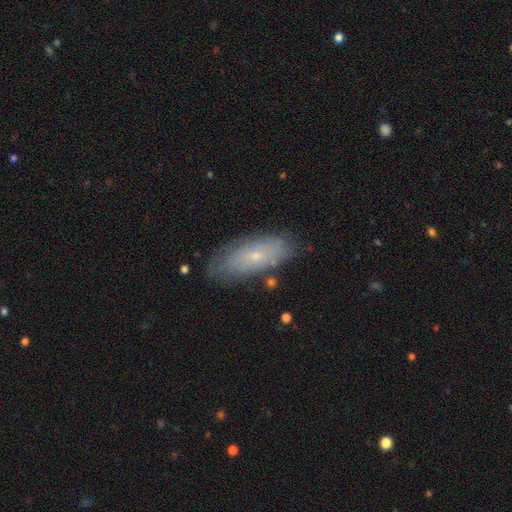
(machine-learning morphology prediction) Smooth or featured? Predicted: smooth (p=0.50). How rounded? Predicted: in between (p=0.76). Merging? Predicted: none (p=0.77).